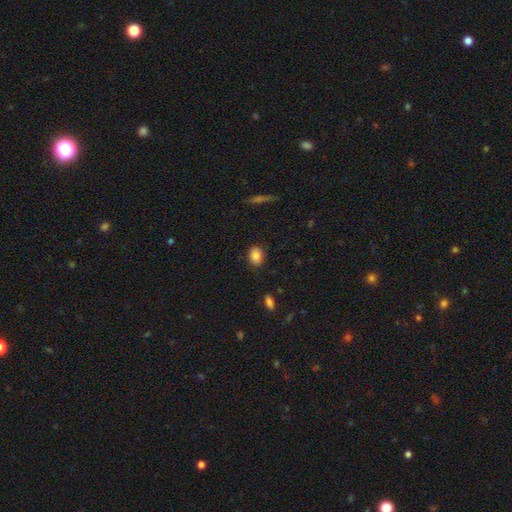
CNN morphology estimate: Smooth or featured? Predicted: smooth (p=0.85). How rounded? Predicted: in between (p=0.64). Merging? Predicted: none (p=0.84).